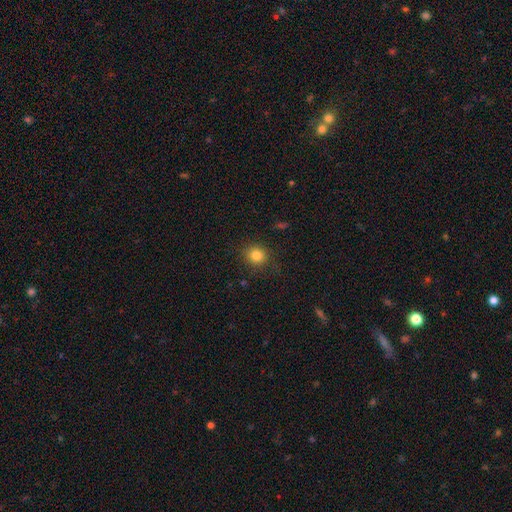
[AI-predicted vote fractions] A smooth galaxy with no disk features (83%) that is round (87%).

Vote fractions:
- Smooth or featured? smooth: 83% / star or artifact: 11% / featured or disk: 6%
- How rounded? round: 87% / in between: 12% / cigar-shaped: 1%
- Merging? none: 87% / minor disturbance: 9% / major disturbance: 3% / merger: 1%